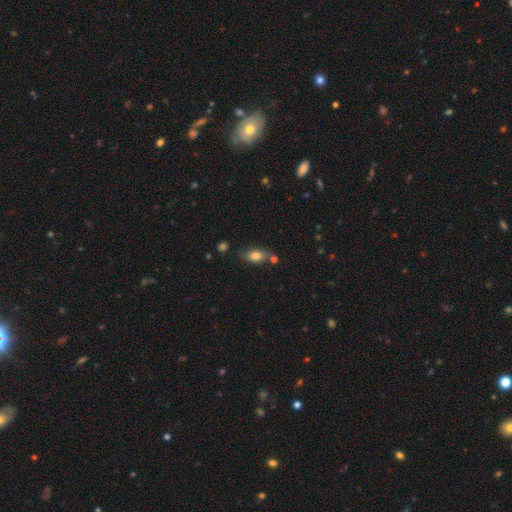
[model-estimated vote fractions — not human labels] Smooth or featured: smooth — 79% (featured or disk — 12%)
How rounded: in between — 85% (cigar-shaped — 8%)
Merging: none — 71% (minor disturbance — 16%)